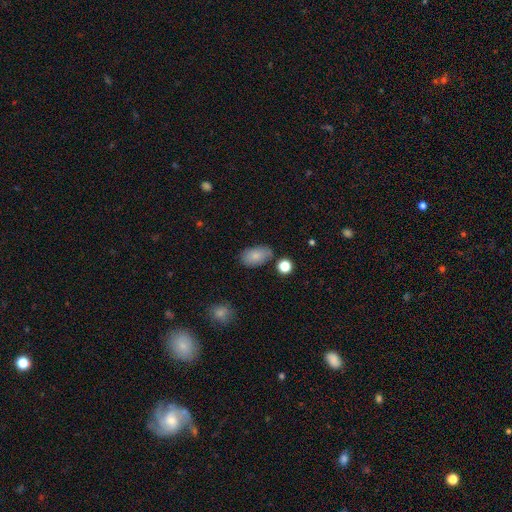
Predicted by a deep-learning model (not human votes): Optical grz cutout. It shows a smooth galaxy with no disk features (82%) that is in between round and cigar-shaped (92%). Merging: none (74%).